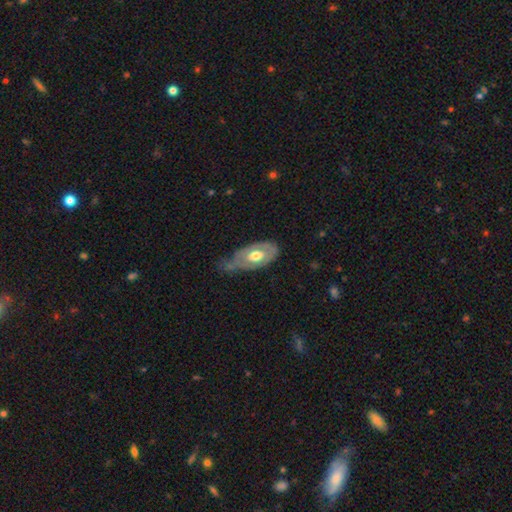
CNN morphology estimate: This appears to be a featured or disk galaxy (52%). Merging: minor disturbance (41%).